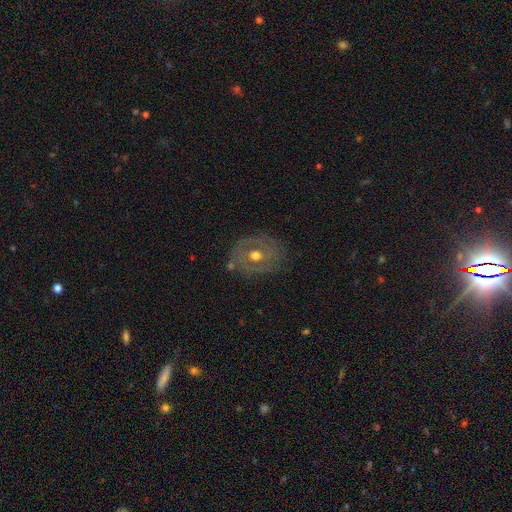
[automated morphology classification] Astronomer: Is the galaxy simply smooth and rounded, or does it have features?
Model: featured or disk — 67%.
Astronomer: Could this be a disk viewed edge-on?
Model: no — 95%.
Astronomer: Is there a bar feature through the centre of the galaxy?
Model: no — 74%.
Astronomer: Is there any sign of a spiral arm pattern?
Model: no — 58% (runner-up: yes, 42%).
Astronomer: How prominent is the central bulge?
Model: moderate — 81%.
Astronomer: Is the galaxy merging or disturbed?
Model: none — 73%.